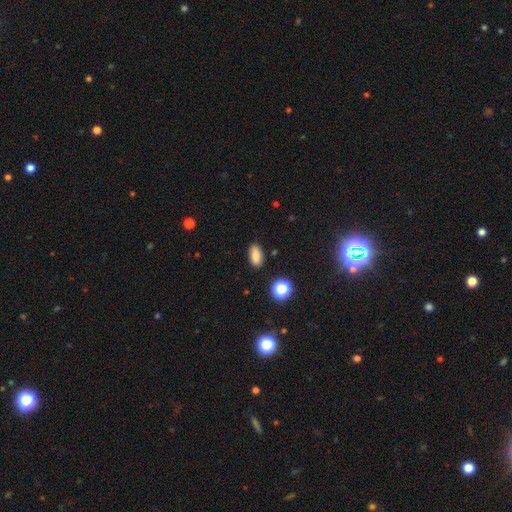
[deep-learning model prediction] Q: Smooth or featured?
A: smooth (82%); runner-up: star or artifact (11%)
Q: How rounded?
A: in between (88%); runner-up: round (6%)
Q: Merging?
A: none (85%); runner-up: minor disturbance (11%)